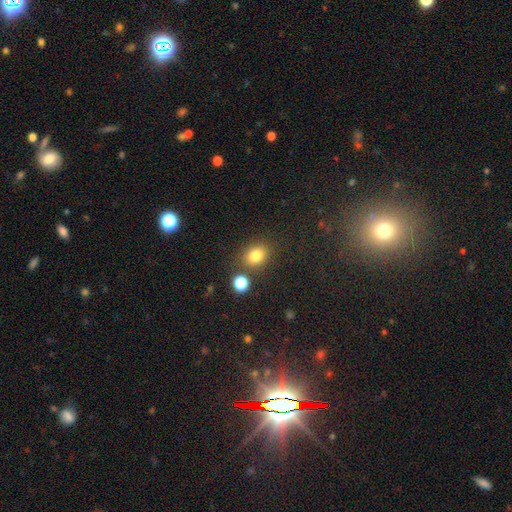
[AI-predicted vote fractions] A smooth galaxy with no disk features (80%) that is round (55%). Merging: none (77%).